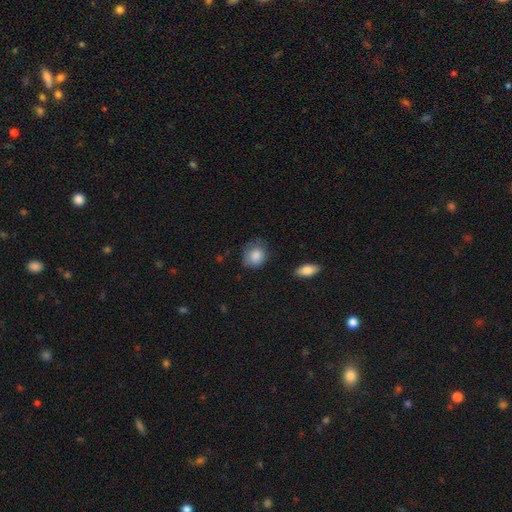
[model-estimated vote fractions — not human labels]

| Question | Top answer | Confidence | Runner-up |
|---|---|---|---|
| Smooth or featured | smooth | 84% | featured or disk (9%) |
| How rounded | round | 65% | in between (34%) |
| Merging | none | 57% | minor disturbance (32%) |